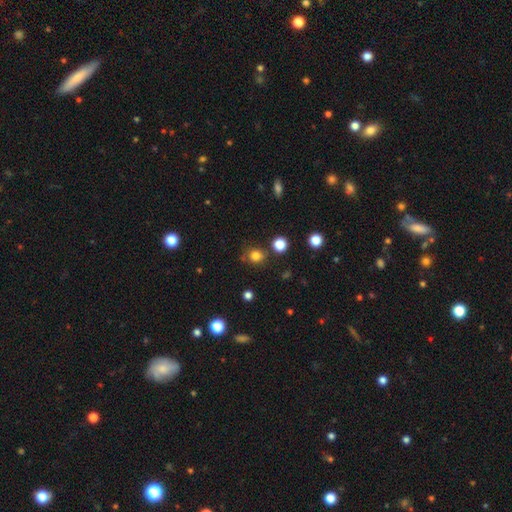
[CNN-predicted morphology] Overall: smooth (80%). How rounded: round (86%). Merging: none (79%).